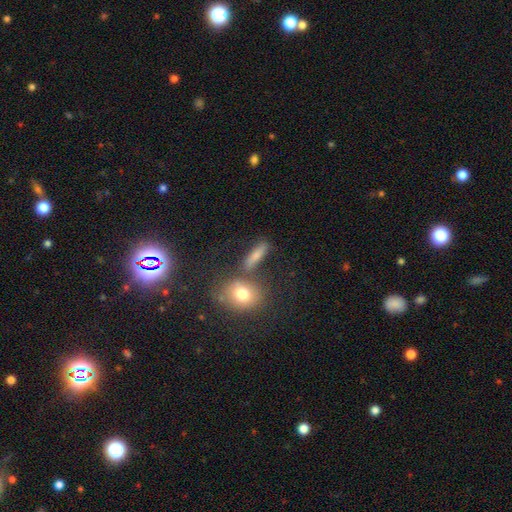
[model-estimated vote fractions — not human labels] This is likely a smooth galaxy (74%). How rounded: possibly cigar-shaped (47%). Merging: likely none (68%).